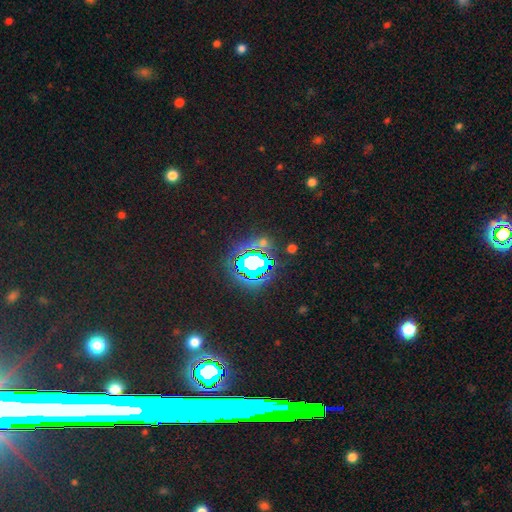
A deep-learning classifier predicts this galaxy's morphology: Overall: star or artifact (71%).